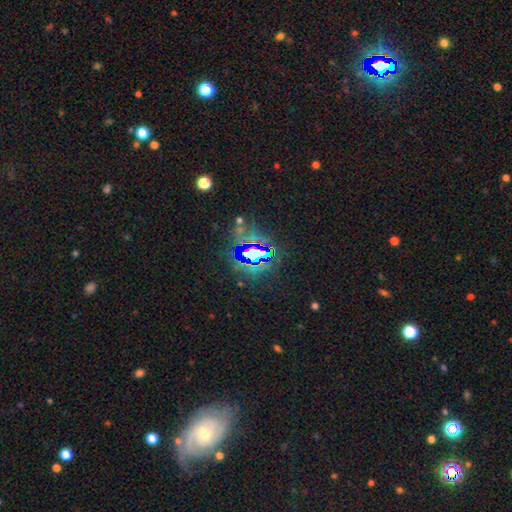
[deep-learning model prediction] A star or artifact, not a galaxy (79%).

Vote fractions:
- Smooth or featured? star or artifact: 79% / smooth: 12% / featured or disk: 10%